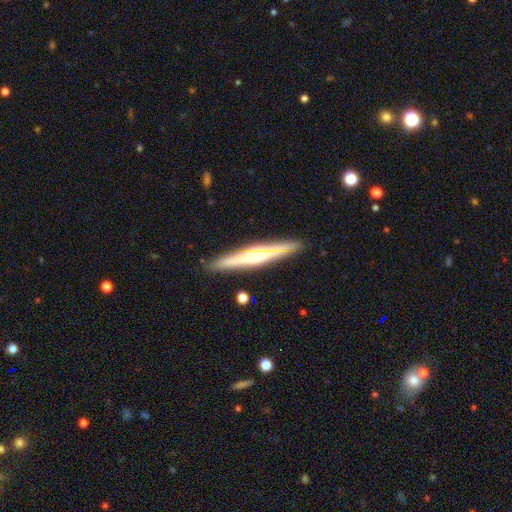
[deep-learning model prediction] This is likely a featured or disk galaxy (68%). It is clearly viewed edge-on (95%). Edge-on bulge: likely rounded (71%). Merging: clearly none (89%).